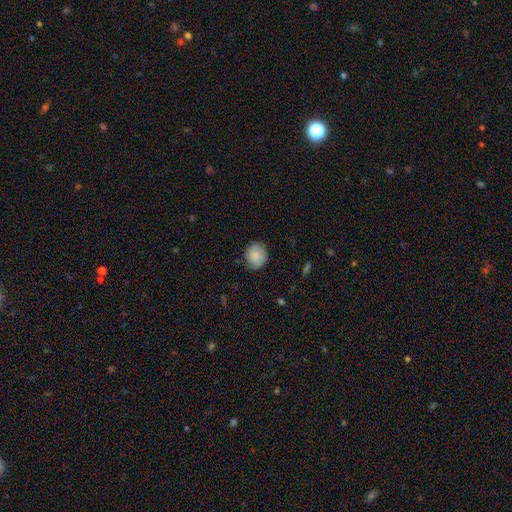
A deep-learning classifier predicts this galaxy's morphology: smooth 82%, featured or disk 11%, star or artifact 7%. Down the decision tree: how rounded — round (69%); merging — none (77%).